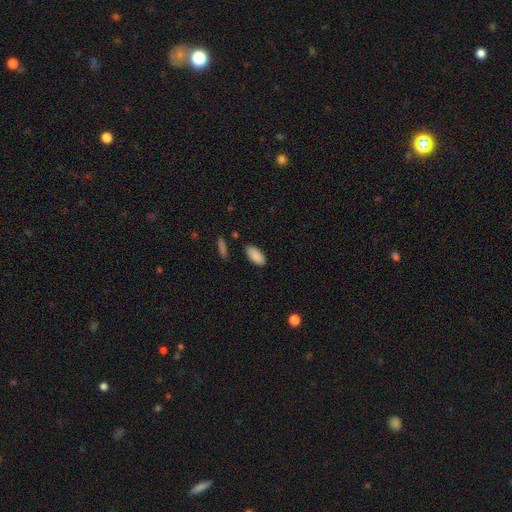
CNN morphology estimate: Smooth or featured? Predicted: smooth (p=0.89). How rounded? Predicted: in between (p=0.89). Merging? Predicted: none (p=0.84).